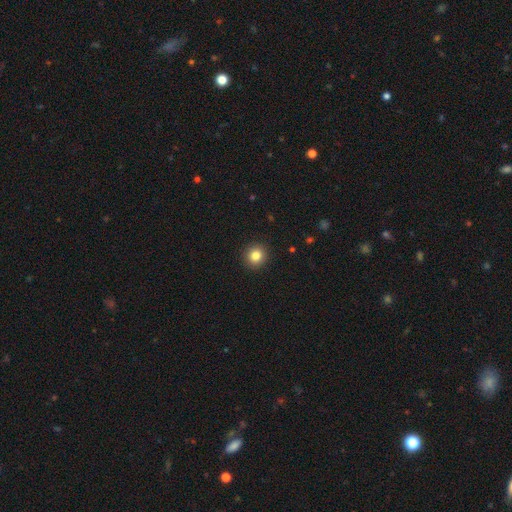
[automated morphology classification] A smooth galaxy with no disk features (83%) that is round (92%).

Vote fractions:
- Smooth or featured? smooth: 83% / star or artifact: 11% / featured or disk: 6%
- How rounded? round: 92% / in between: 7% / cigar-shaped: 1%
- Merging? none: 93% / minor disturbance: 5% / major disturbance: 2% / merger: 1%